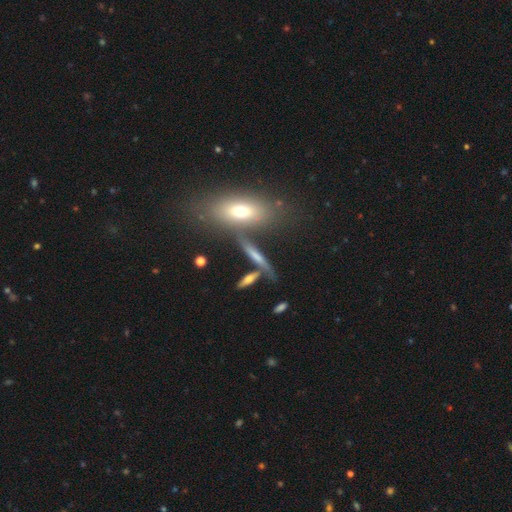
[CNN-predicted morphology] smooth-or-featured: featured or disk: 45% | smooth: 44% | star or artifact: 11%
  merging: none: 56% | merger: 22% | minor disturbance: 15% | major disturbance: 8%